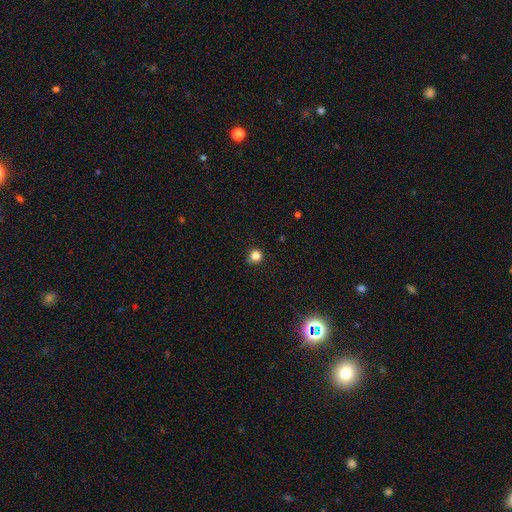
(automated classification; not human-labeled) A smooth galaxy with no disk features (82%) that is round (93%).

Vote fractions:
- Smooth or featured? smooth: 82% / star or artifact: 13% / featured or disk: 4%
- How rounded? round: 93% / in between: 6% / cigar-shaped: 1%
- Merging? none: 87% / minor disturbance: 10% / major disturbance: 2% / merger: 1%